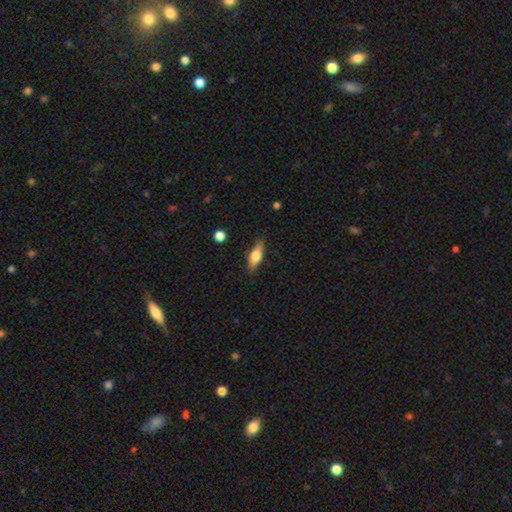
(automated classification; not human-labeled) Smooth or featured? smooth (56%)
How rounded? in between (58%)
Merging? none (83%)